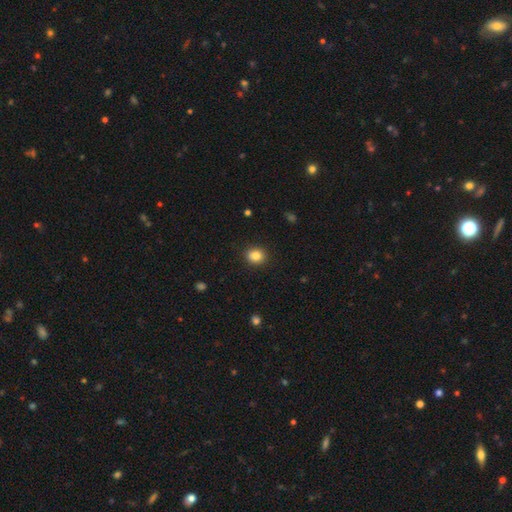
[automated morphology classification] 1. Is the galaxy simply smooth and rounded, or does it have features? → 84% smooth, 10% star or artifact, 6% featured or disk.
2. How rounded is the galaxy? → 71% round, 29% in between, 1% cigar-shaped.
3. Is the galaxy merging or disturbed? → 90% none, 7% minor disturbance, 2% major disturbance, 1% merger.